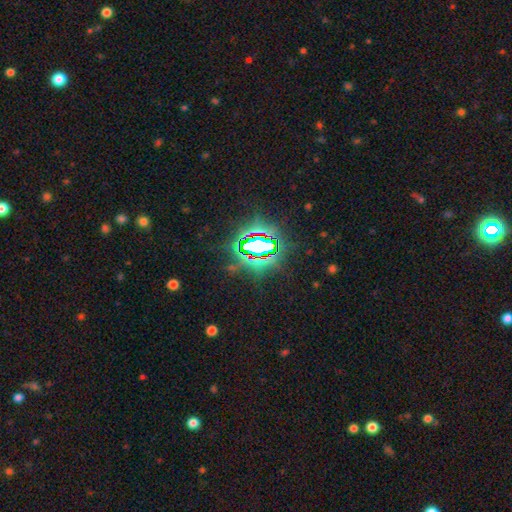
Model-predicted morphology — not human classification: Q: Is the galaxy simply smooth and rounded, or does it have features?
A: star or artifact — 83%.